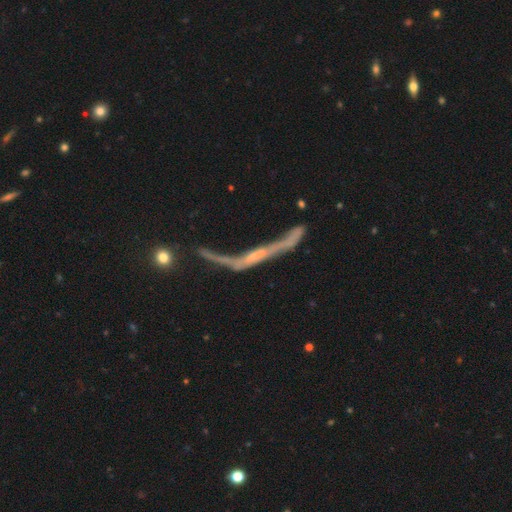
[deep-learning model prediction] Smooth or featured? featured or disk (65%)
Edge-on disk? yes (63%)
Merging? major disturbance (37%)